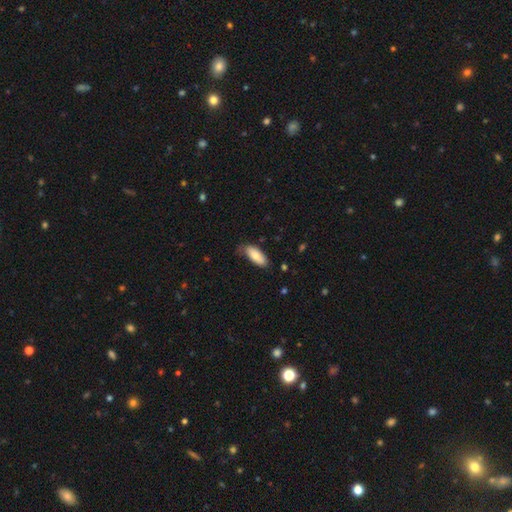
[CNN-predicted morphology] smooth-or-featured: smooth: 78% | featured or disk: 16% | star or artifact: 6%
  how-rounded: in between: 83% | cigar-shaped: 15% | round: 2%
  merging: none: 65% | minor disturbance: 28% | major disturbance: 5% | merger: 2%